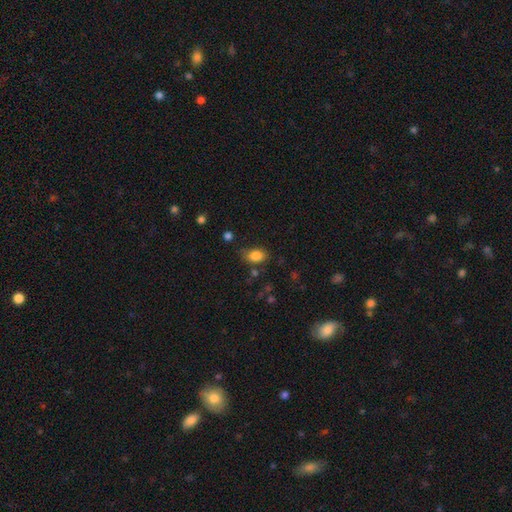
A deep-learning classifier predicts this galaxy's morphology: smooth 84%, star or artifact 9%, featured or disk 6%. Down the decision tree: how rounded — in between (80%); merging — none (71%).